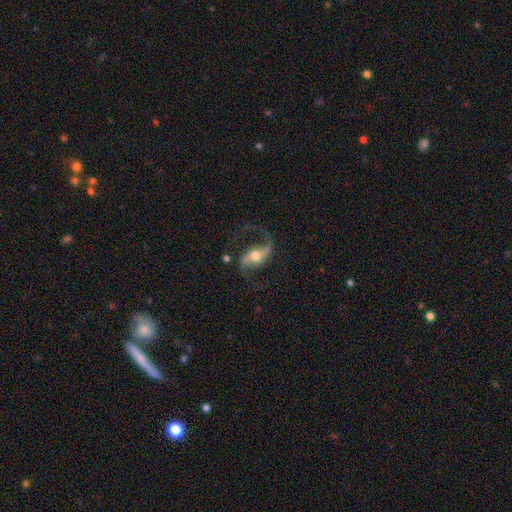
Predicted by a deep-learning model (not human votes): A featured or disk galaxy (88%) with a strong bar (36%, tied with weak), 2 (93%) loose (69%) spiral arms (96%) and a moderate central bulge (71%). Merging: none (75%).